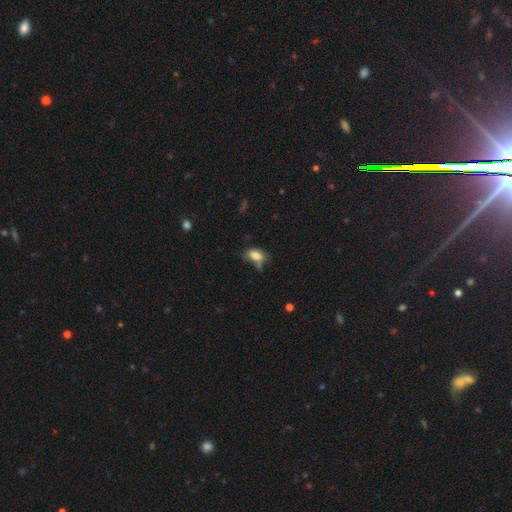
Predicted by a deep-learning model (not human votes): Smooth or featured: smooth — 78% (featured or disk — 12%)
How rounded: in between — 88% (round — 8%)
Merging: none — 46% (minor disturbance — 27%)